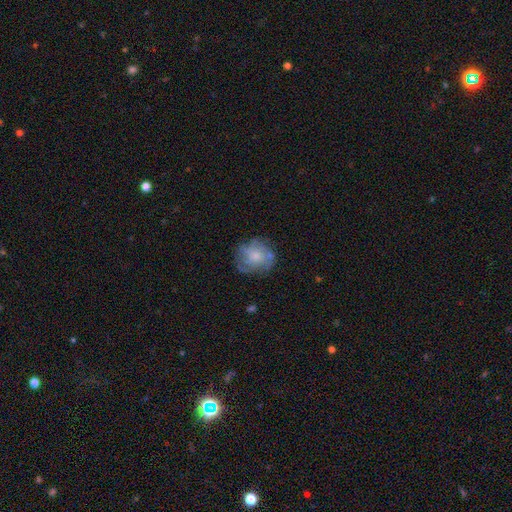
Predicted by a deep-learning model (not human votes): A featured or disk galaxy (49%). Merging: none (68%).